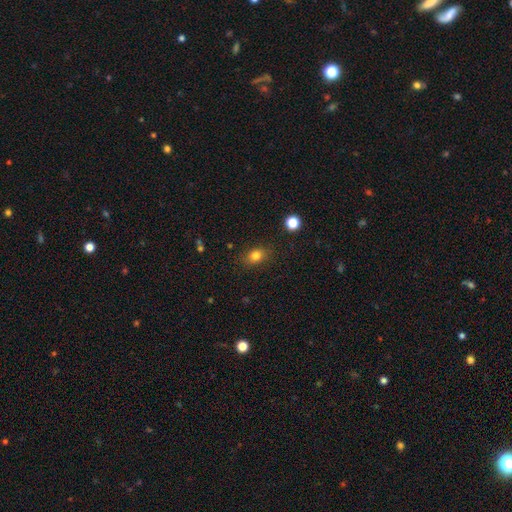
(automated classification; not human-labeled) Smooth or featured? Predicted: smooth (p=0.81). How rounded? Predicted: in between (p=0.61). Merging? Predicted: none (p=0.84).